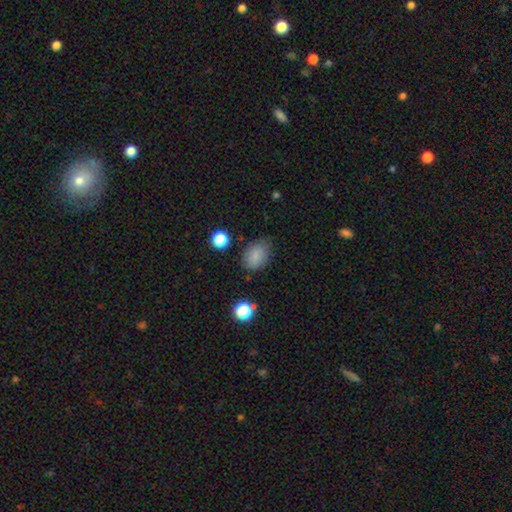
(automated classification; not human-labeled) smooth_or_featured: smooth (p=0.82) [alt: star or artifact p=0.11]
how_rounded: in between (p=0.73) [alt: round p=0.26]
merging: none (p=0.66) [alt: minor disturbance p=0.25]